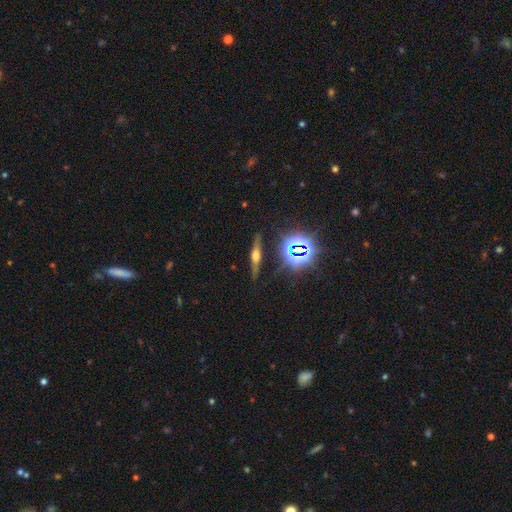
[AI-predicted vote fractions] Smooth or featured? featured or disk (58%)
Edge-on disk? yes (94%)
Edge-on bulge? rounded (85%)
Merging? none (84%)